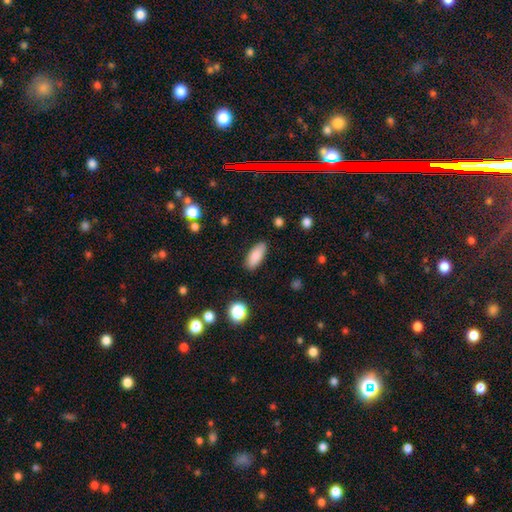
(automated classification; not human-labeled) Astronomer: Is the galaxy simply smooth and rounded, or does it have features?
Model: smooth — 85%.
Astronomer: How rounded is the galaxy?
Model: in between — 79%.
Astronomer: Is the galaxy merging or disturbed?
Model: none — 87%.